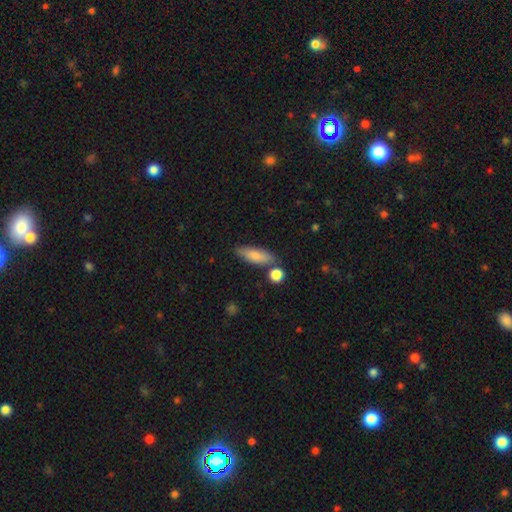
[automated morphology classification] Overall: smooth (80%). How rounded: in between (56%; cigar-shaped 41%). Merging: none (75%).